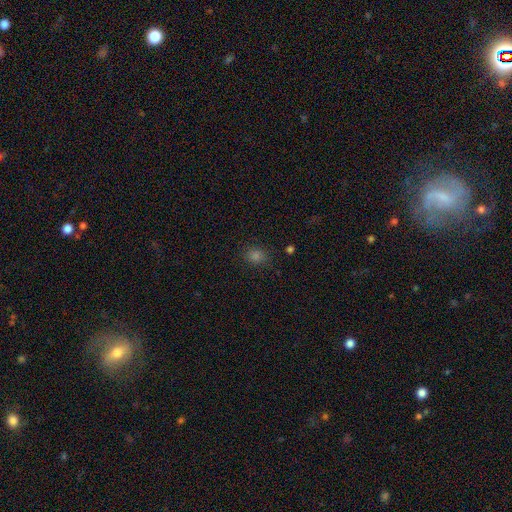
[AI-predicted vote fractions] smooth-or-featured: smooth: 77% | star or artifact: 19% | featured or disk: 5%
  how-rounded: round: 62% | in between: 37% | cigar-shaped: 1%
  merging: none: 85% | minor disturbance: 10% | major disturbance: 3% | merger: 2%